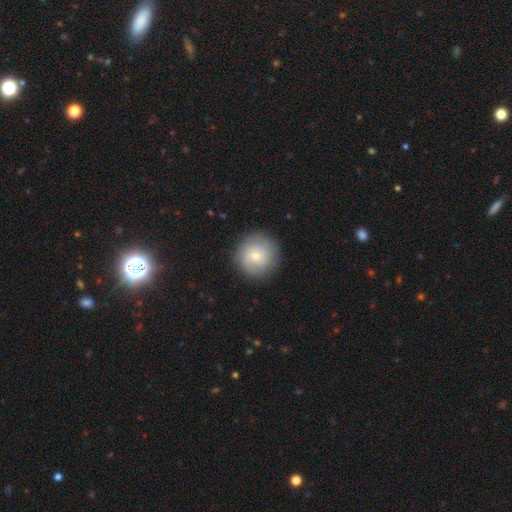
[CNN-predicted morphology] Overall: smooth (60%; featured or disk 32%). How rounded: round (95%). Merging: none (87%).